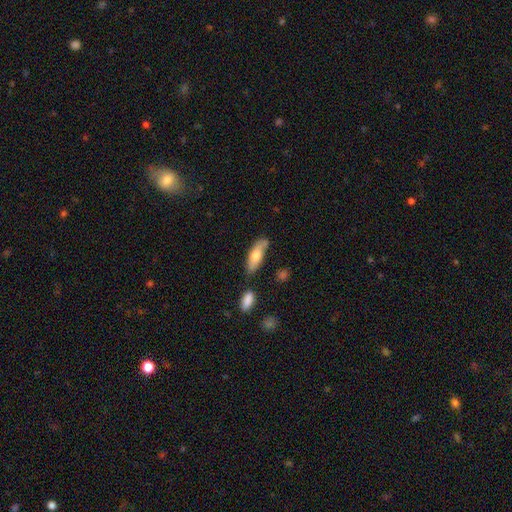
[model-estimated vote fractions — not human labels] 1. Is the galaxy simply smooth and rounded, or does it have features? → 70% smooth, 24% featured or disk, 6% star or artifact.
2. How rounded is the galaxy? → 64% in between, 34% cigar-shaped, 2% round.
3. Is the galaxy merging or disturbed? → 64% none, 23% minor disturbance, 8% merger, 5% major disturbance.